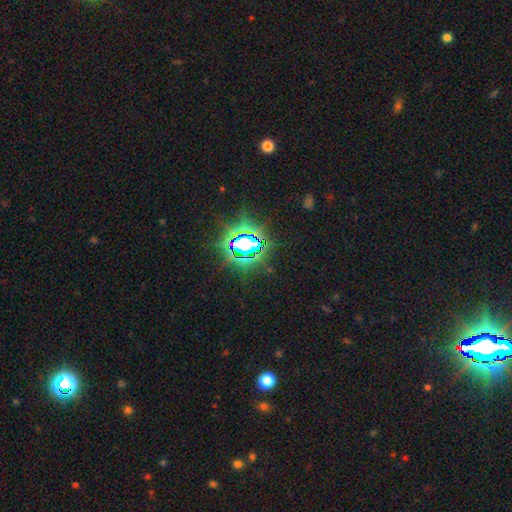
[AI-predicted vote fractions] Q: Smooth or featured?
A: star or artifact (83%); runner-up: smooth (11%)